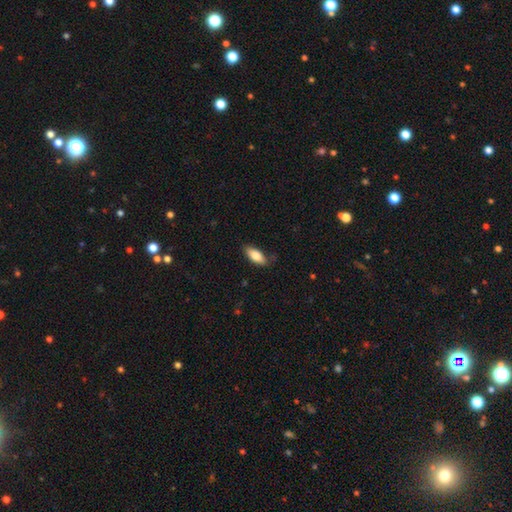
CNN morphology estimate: Overall: smooth (78%). How rounded: in between (80%). Merging: none (80%).